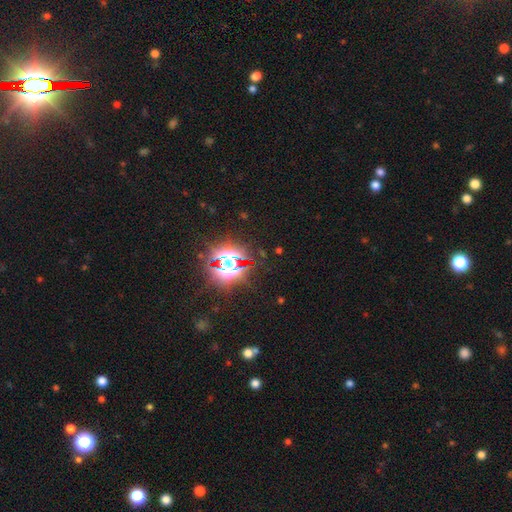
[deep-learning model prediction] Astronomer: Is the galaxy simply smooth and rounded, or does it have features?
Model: star or artifact — 86%.